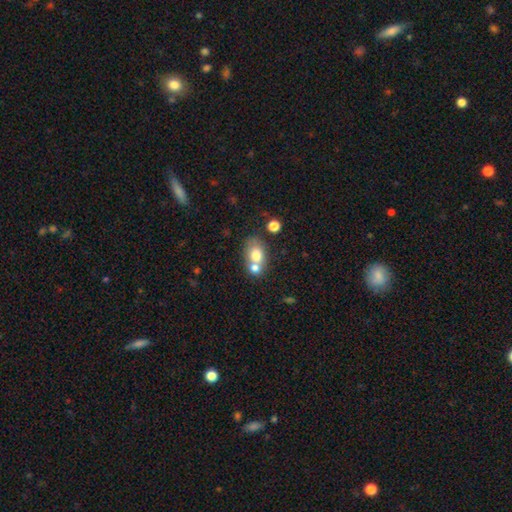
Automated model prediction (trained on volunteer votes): Smooth or featured? Predicted: smooth (p=0.73). How rounded? Predicted: in between (p=0.66). Merging? Predicted: merger (p=0.48).